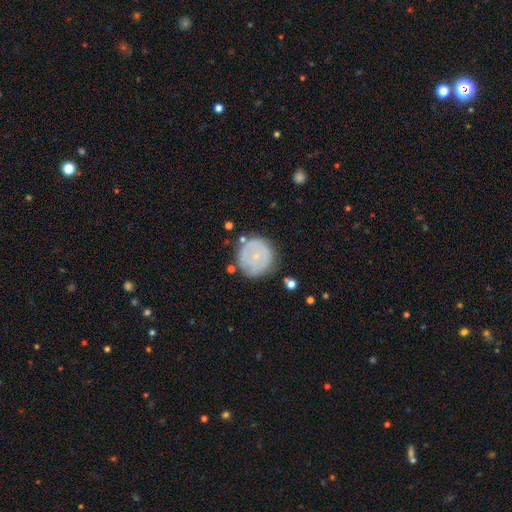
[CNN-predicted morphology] smooth_or_featured: smooth (p=0.48) [alt: featured or disk p=0.45]
merging: none (p=0.76) [alt: minor disturbance p=0.16]